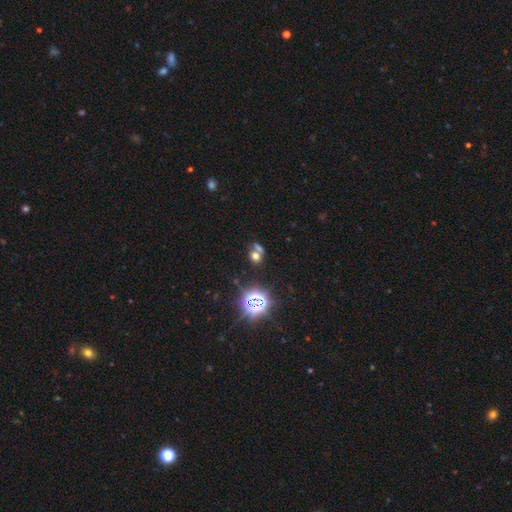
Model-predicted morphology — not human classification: smooth-or-featured: smooth: 56% | star or artifact: 31% | featured or disk: 14%
  how-rounded: round: 64% | in between: 34% | cigar-shaped: 2%
  merging: merger: 44% | none: 42% | minor disturbance: 8% | major disturbance: 5%